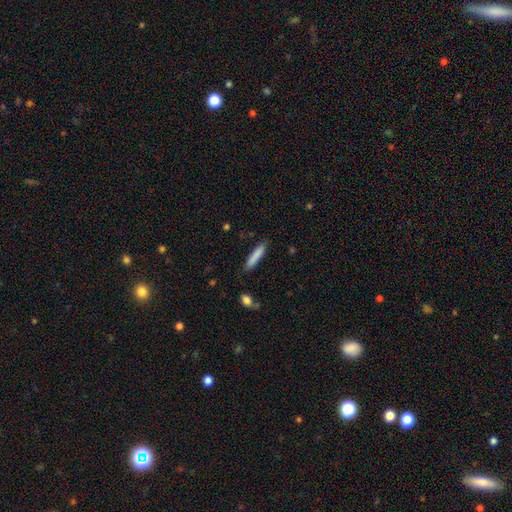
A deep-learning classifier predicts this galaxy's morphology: type=smooth (82%); roundness=cigar-shaped (88%); merging=none (85%).